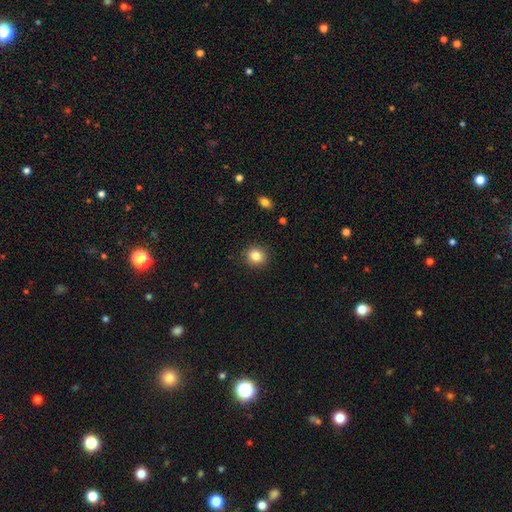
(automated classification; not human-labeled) smooth 83%, star or artifact 10%, featured or disk 6%. Down the decision tree: how rounded — round (83%); merging — none (91%).